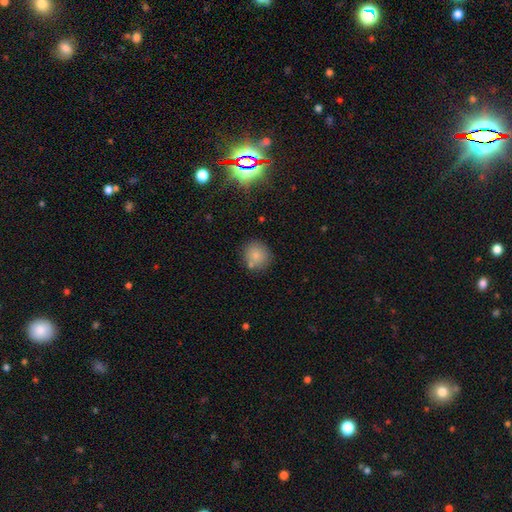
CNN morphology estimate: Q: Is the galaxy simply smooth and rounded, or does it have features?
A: smooth — 81%.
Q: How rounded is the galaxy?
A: round — 90%.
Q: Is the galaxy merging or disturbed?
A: none — 74%.